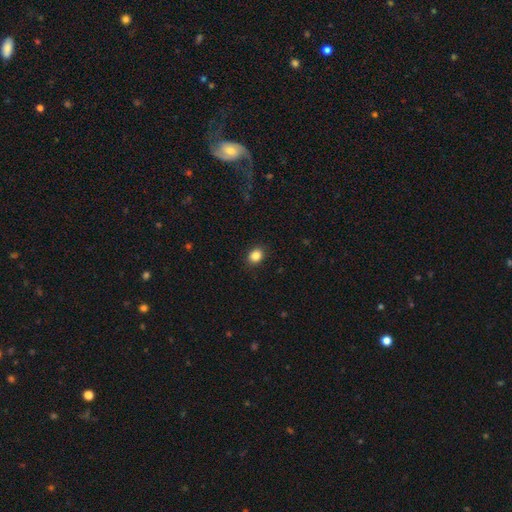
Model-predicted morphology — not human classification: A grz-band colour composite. It shows a smooth galaxy with no disk features (86%) that is in between round and cigar-shaped (52%). Merging: none (90%).